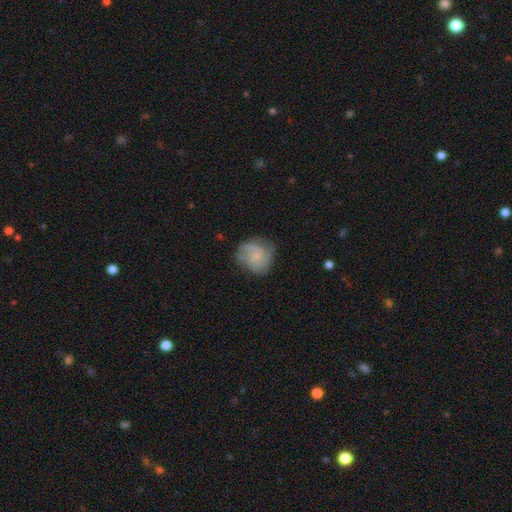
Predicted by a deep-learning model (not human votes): featured or disk 62%, smooth 31%, star or artifact 7%. Down the decision tree: edge-on disk — no (98%); bar — no (73%); spiral arms — yes (91%); spiral arm count — 2 (40%); spiral winding — medium (44%); bulge size — small (66%); merging — none (68%).